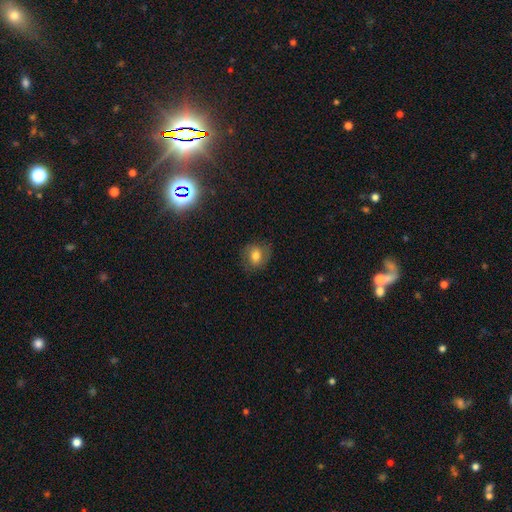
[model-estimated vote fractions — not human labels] Q: Smooth or featured?
A: smooth (69%); runner-up: featured or disk (20%)
Q: How rounded?
A: round (64%); runner-up: in between (35%)
Q: Merging?
A: none (77%); runner-up: minor disturbance (16%)